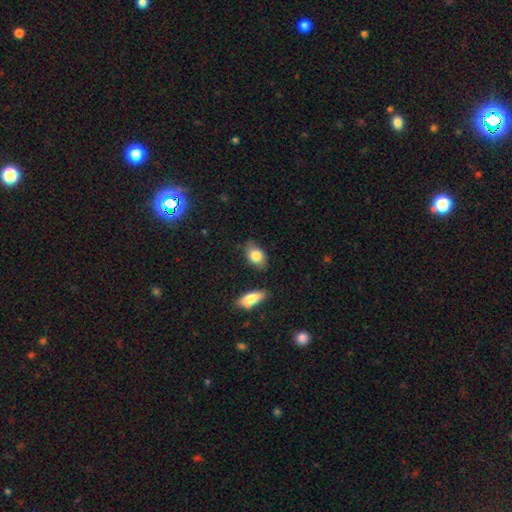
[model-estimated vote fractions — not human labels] smooth 82%, featured or disk 12%, star or artifact 7%. Down the decision tree: how rounded — in between (84%); merging — none (70%).